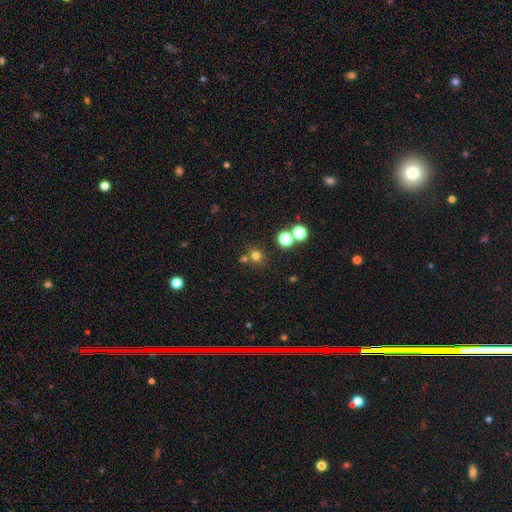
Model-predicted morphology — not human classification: A smooth galaxy with no disk features (71%) that is round (88%). Merging: none (71%).